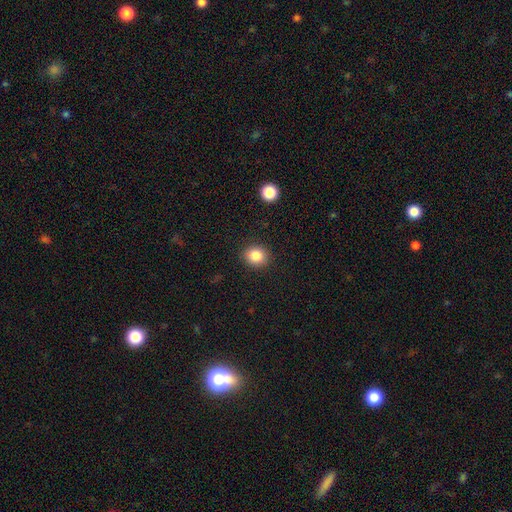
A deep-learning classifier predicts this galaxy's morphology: Smooth or featured? Predicted: smooth (p=0.84). How rounded? Predicted: round (p=0.78). Merging? Predicted: none (p=0.89).